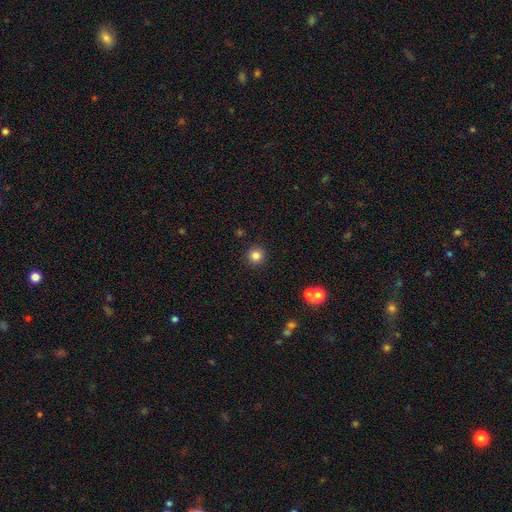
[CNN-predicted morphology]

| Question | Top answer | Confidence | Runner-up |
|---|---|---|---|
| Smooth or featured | smooth | 83% | star or artifact (11%) |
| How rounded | round | 95% | in between (4%) |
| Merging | none | 92% | minor disturbance (5%) |